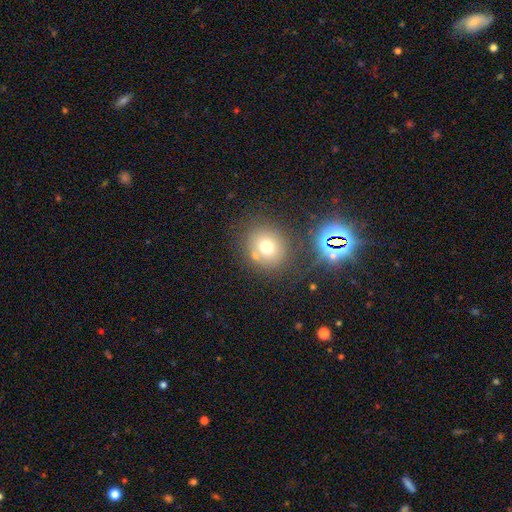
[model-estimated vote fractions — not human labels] This is likely a smooth galaxy (65%). How rounded: clearly round (84%). Merging: likely none (72%).